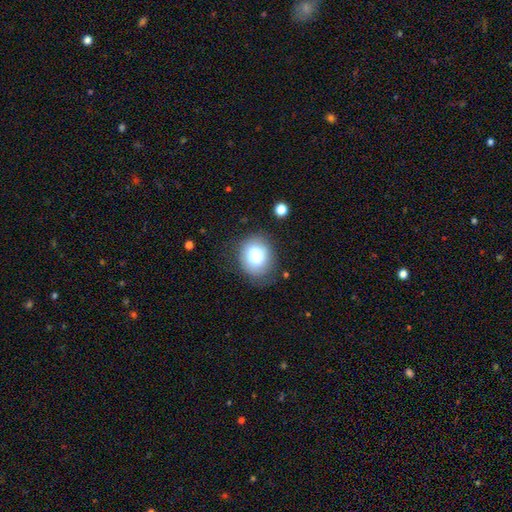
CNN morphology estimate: A smooth galaxy with no disk features (77%) that is round (55%).

Vote fractions:
- Smooth or featured? smooth: 77% / featured or disk: 14% / star or artifact: 9%
- How rounded? round: 55% / in between: 44% / cigar-shaped: 1%
- Merging? none: 74% / minor disturbance: 17% / major disturbance: 7% / merger: 2%